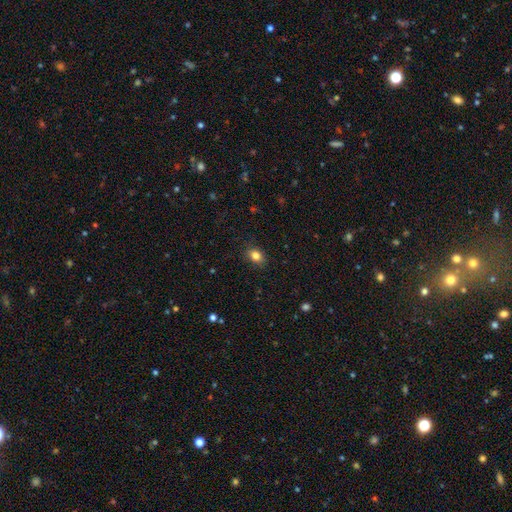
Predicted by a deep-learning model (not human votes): This appears to be a smooth galaxy with no disk features (83%) that is in between round and cigar-shaped (60%). Merging: none (87%).